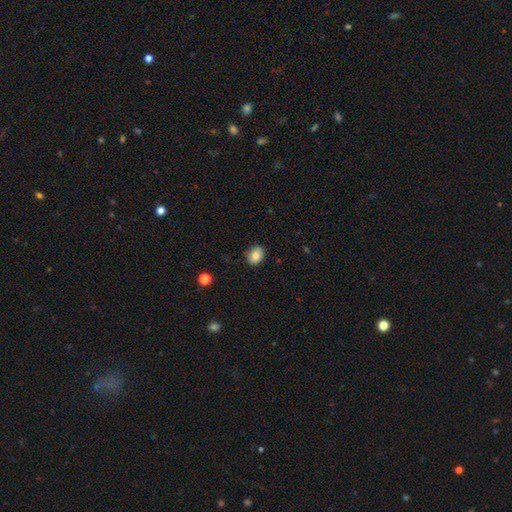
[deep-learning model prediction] This is clearly a smooth galaxy (81%). How rounded: possibly round (50%). Merging: clearly none (85%).